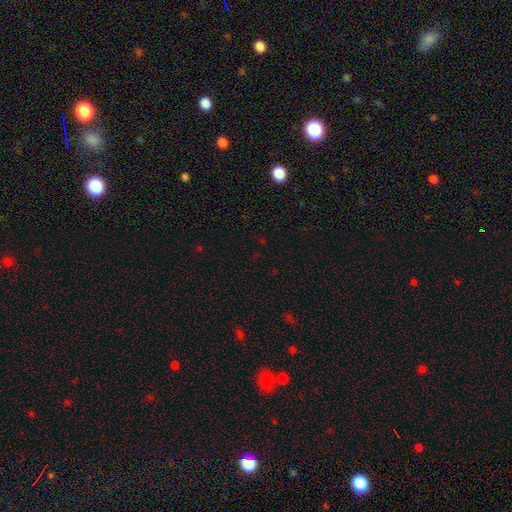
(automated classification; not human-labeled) Smooth or featured: star or artifact — 67% (smooth — 26%)